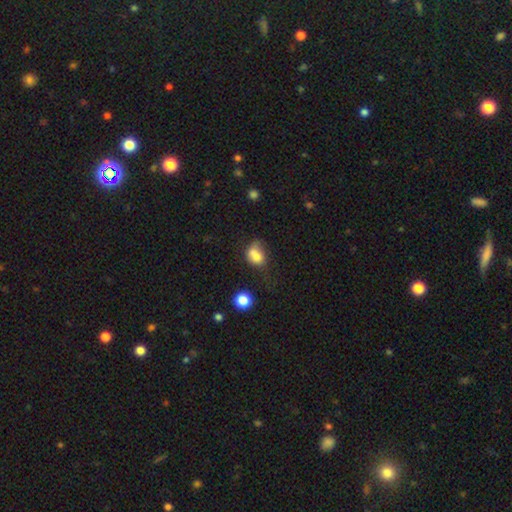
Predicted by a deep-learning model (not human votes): This is likely a smooth galaxy (72%). How rounded: possibly round (50%). Merging: possibly merger (47%).